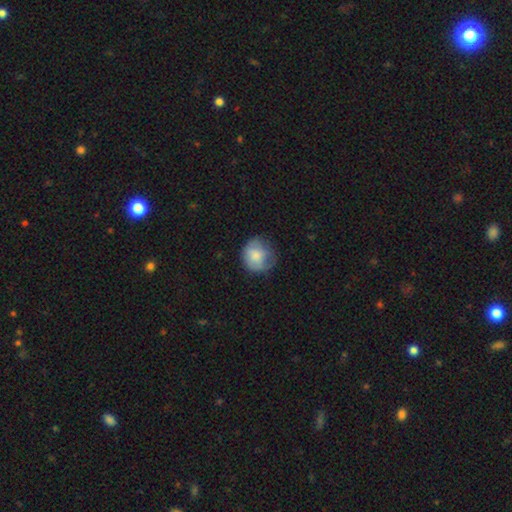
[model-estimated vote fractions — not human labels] Smooth or featured? smooth (74%)
How rounded? round (80%)
Merging? none (55%)